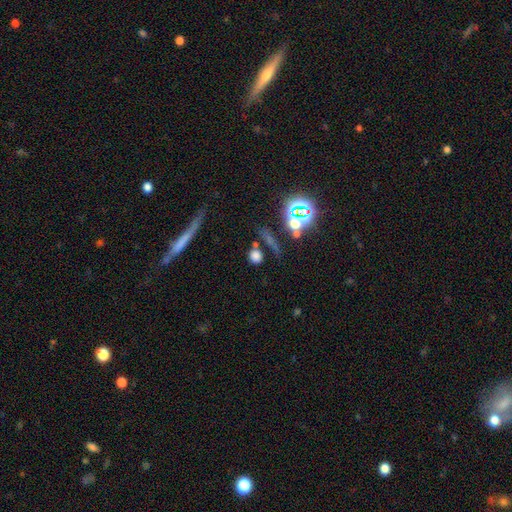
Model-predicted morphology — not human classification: smooth_or_featured: smooth (p=0.69) [alt: star or artifact p=0.21]
how_rounded: round (p=0.70) [alt: in between p=0.22]
merging: none (p=0.69) [alt: merger p=0.13]